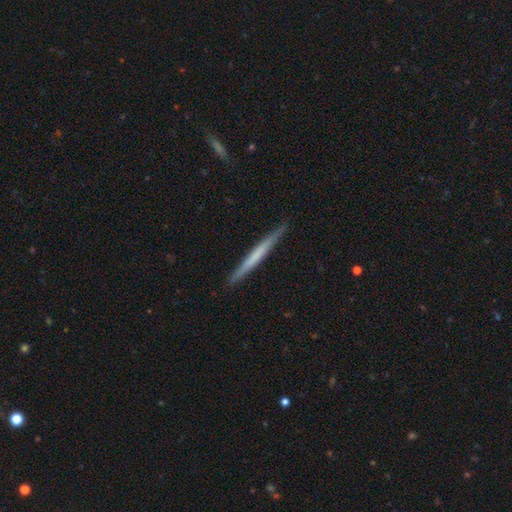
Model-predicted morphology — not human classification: smooth 49%, featured or disk 46%, star or artifact 5%. Down the decision tree: merging — none (91%).